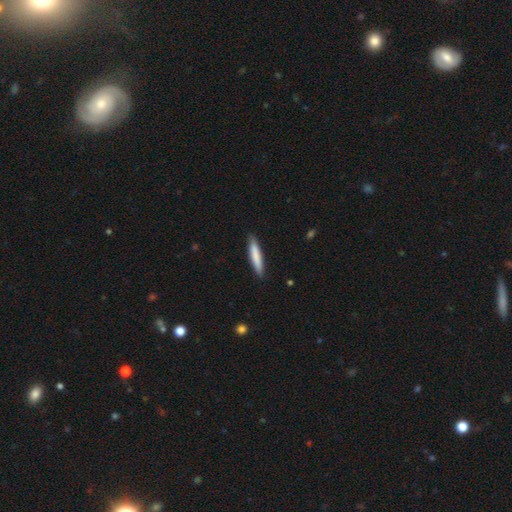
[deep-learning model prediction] smooth 80%, featured or disk 15%, star or artifact 5%. Down the decision tree: how rounded — cigar-shaped (89%); merging — none (88%).